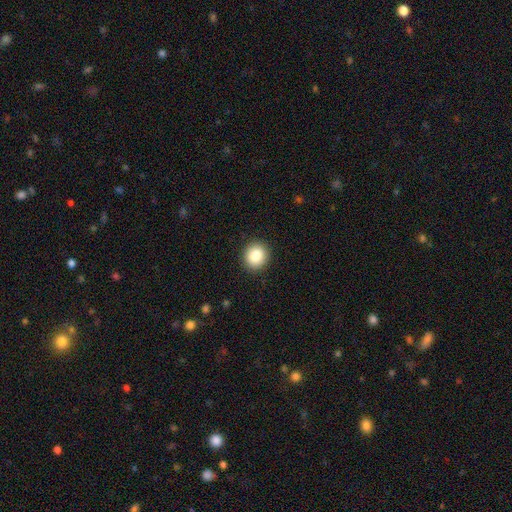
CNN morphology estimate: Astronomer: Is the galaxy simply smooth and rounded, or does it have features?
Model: smooth — 85%.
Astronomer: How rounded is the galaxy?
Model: round — 85%.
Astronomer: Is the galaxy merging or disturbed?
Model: none — 91%.